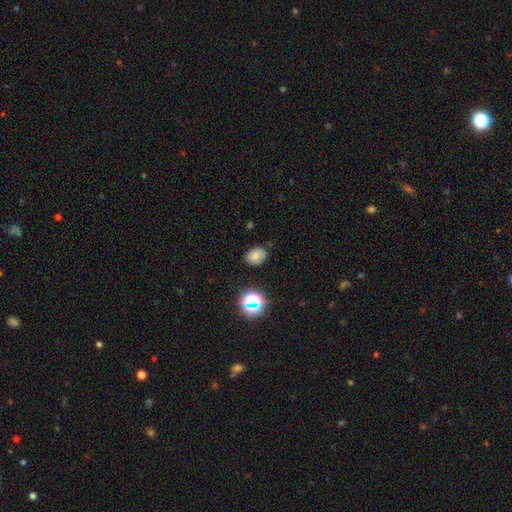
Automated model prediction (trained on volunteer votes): Morphology: type=smooth (76%); roundness=in between (64%); merging=none (79%).